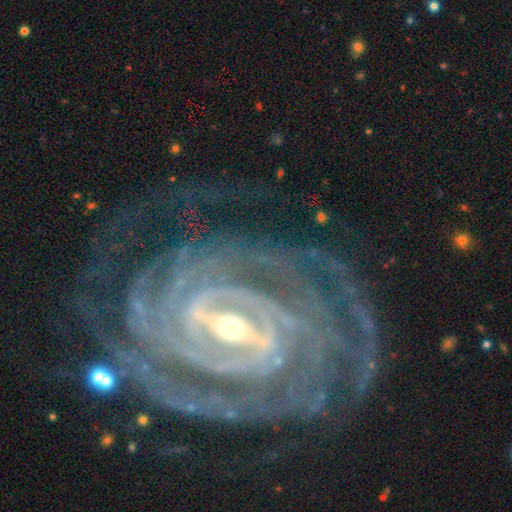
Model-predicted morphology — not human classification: This appears to be a featured or disk galaxy (93%) with a strong bar (62%), 4 (23%) tight (79%) spiral arms (98%) and a small central bulge (52%). Merging: none (73%).